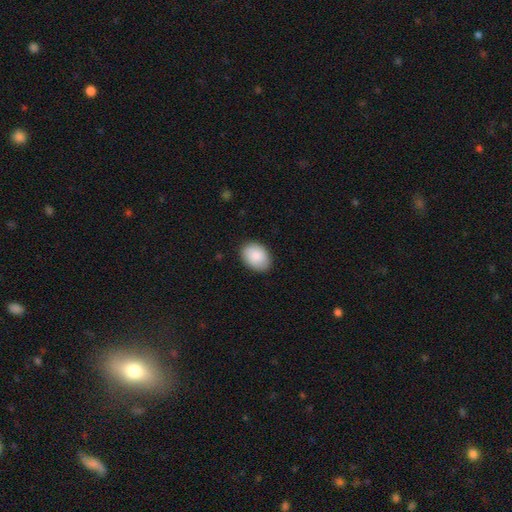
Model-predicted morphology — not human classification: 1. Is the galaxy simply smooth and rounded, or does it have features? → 88% smooth, 6% star or artifact, 6% featured or disk.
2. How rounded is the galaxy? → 79% in between, 20% round, 1% cigar-shaped.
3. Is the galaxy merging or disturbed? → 87% none, 10% minor disturbance, 2% major disturbance, 1% merger.